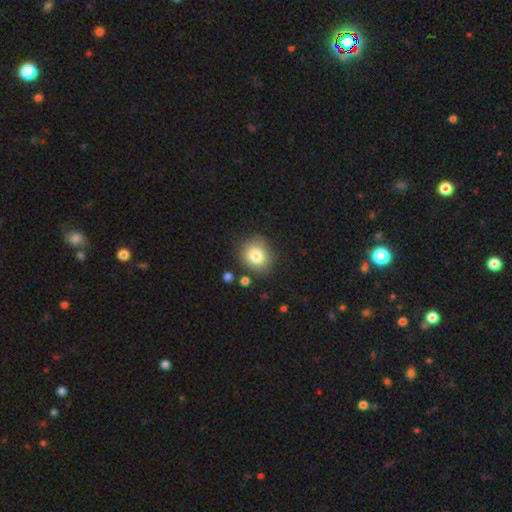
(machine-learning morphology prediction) The model was most divided on "how rounded": round: 77%, in between: 22%, cigar-shaped: 1%. More confident: merging — none (83%); smooth or featured — smooth (80%).